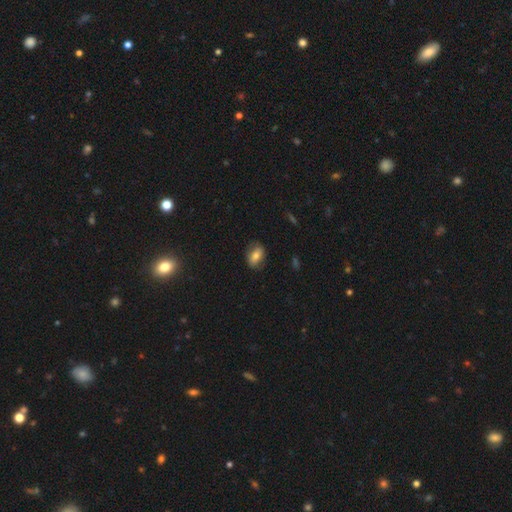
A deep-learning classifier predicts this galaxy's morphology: A smooth galaxy with no disk features (70%) that is in between round and cigar-shaped (81%).

Vote fractions:
- Smooth or featured? smooth: 70% / featured or disk: 22% / star or artifact: 9%
- How rounded? in between: 81% / round: 16% / cigar-shaped: 3%
- Merging? none: 78% / minor disturbance: 17% / major disturbance: 4% / merger: 1%